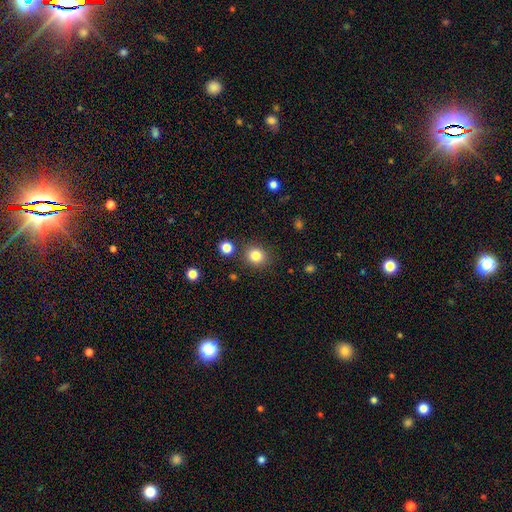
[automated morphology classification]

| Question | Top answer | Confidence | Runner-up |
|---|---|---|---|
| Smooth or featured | smooth | 83% | star or artifact (12%) |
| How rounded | round | 84% | in between (15%) |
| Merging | none | 86% | minor disturbance (8%) |